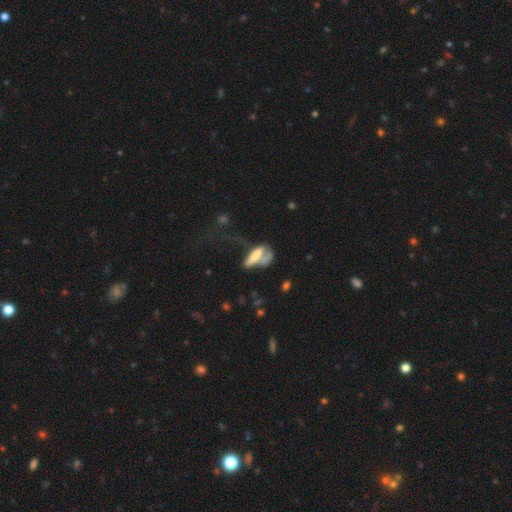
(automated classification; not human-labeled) The model was most divided on "how rounded": cigar-shaped: 52%, in between: 44%, round: 4%. Remaining: smooth or featured — smooth (54%); merging — major disturbance (34%).